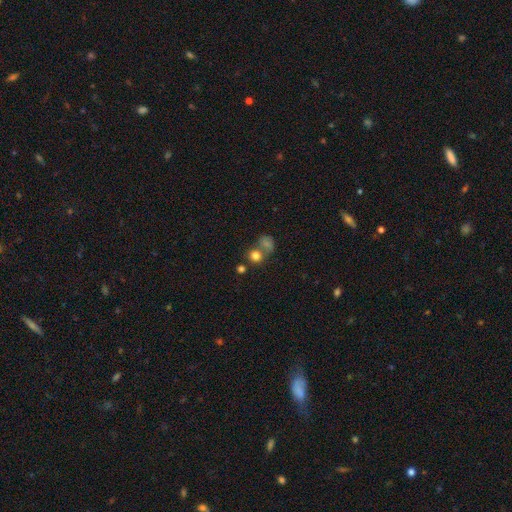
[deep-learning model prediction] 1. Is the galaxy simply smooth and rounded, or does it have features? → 76% smooth, 15% star or artifact, 9% featured or disk.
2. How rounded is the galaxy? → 84% round, 15% in between, 1% cigar-shaped.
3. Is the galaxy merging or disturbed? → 51% none, 34% merger, 9% minor disturbance, 6% major disturbance.